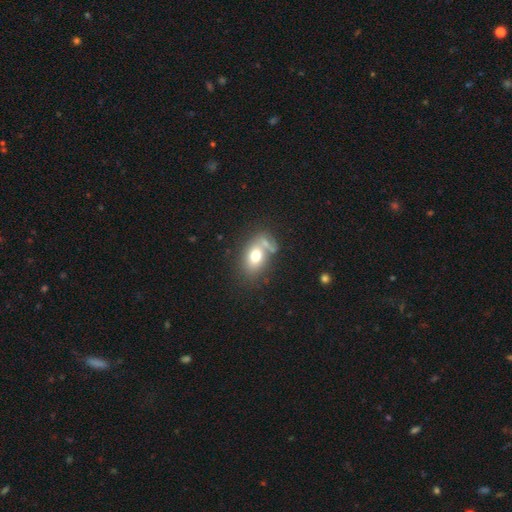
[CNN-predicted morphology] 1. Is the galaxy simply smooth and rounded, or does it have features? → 70% smooth, 20% featured or disk, 10% star or artifact.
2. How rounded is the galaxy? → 78% in between, 20% round, 2% cigar-shaped.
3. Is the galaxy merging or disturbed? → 47% none, 27% merger, 17% minor disturbance, 9% major disturbance.